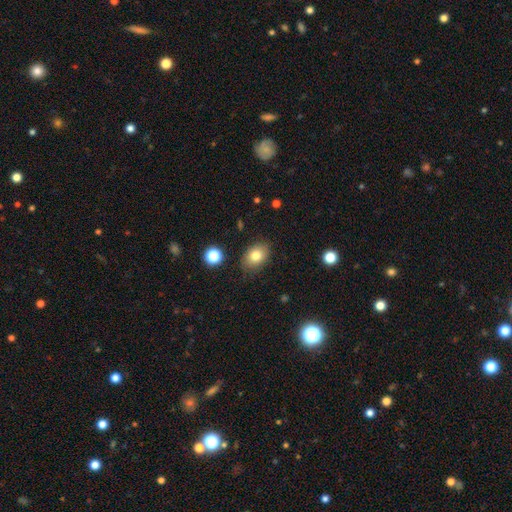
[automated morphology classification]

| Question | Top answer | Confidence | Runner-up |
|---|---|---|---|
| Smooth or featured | smooth | 79% | featured or disk (11%) |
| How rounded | in between | 76% | round (23%) |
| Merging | none | 82% | minor disturbance (13%) |